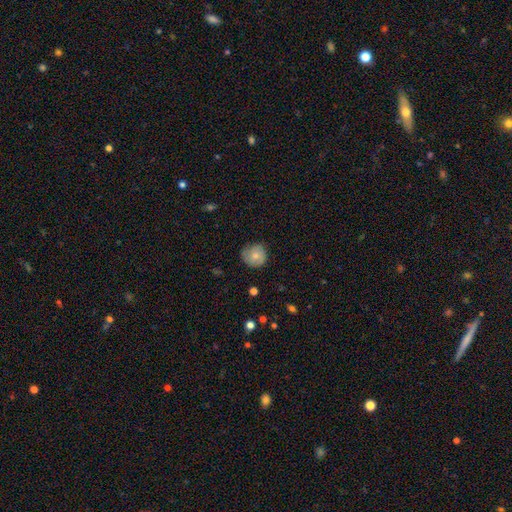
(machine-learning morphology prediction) This is likely a smooth galaxy (69%). How rounded: clearly round (90%). Merging: likely none (69%).